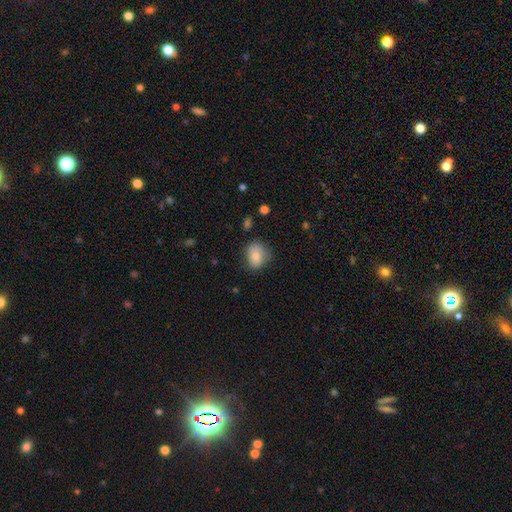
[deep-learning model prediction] Smooth or featured? smooth (77%)
How rounded? in between (55%)
Merging? none (66%)